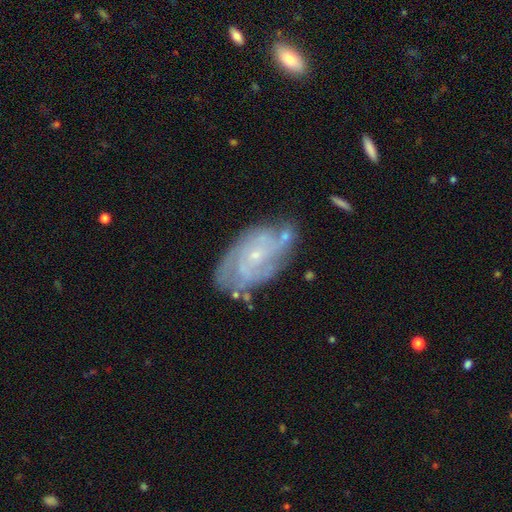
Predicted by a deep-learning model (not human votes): Smooth or featured? featured or disk (80%)
Edge-on disk? no (96%)
Bar? no (72%)
Spiral arms? yes (90%)
Spiral winding? tight (58%)
Spiral arm count? can't tell (38%)
Bulge size? small (82%)
Merging? none (66%)